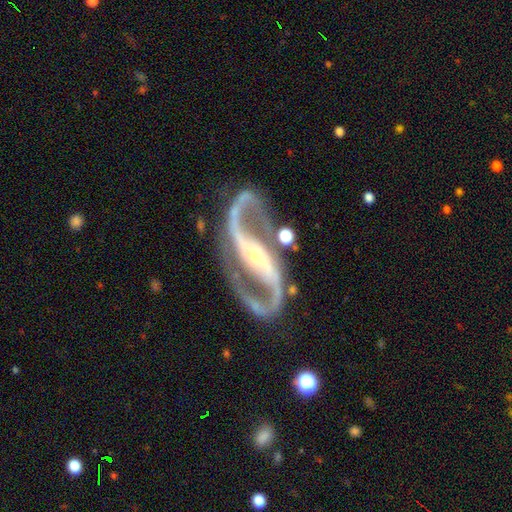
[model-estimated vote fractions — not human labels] Smooth or featured: featured or disk — 94% (star or artifact — 4%)
Edge-on disk: no — 97% (yes — 3%)
Bar: strong — 63% (weak — 19%)
Spiral arms: yes — 98% (no — 2%)
Spiral winding: medium — 56% (loose — 31%)
Spiral arm count: 2 — 95% (can't tell — 1%)
Bulge size: small — 67% (moderate — 29%)
Merging: none — 80% (minor disturbance — 11%)